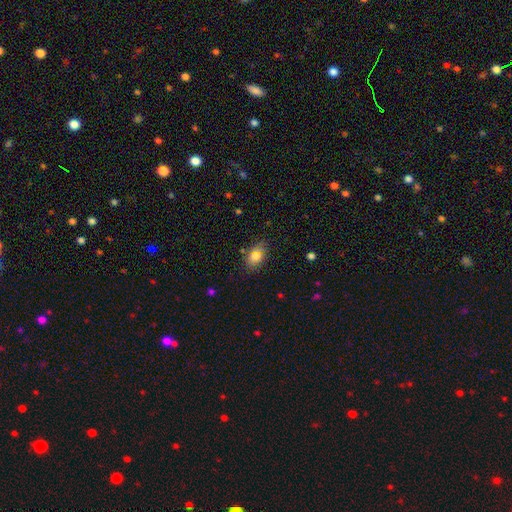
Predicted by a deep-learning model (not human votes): Morphology: type=smooth (78%); roundness=in between (83%); merging=none (77%).